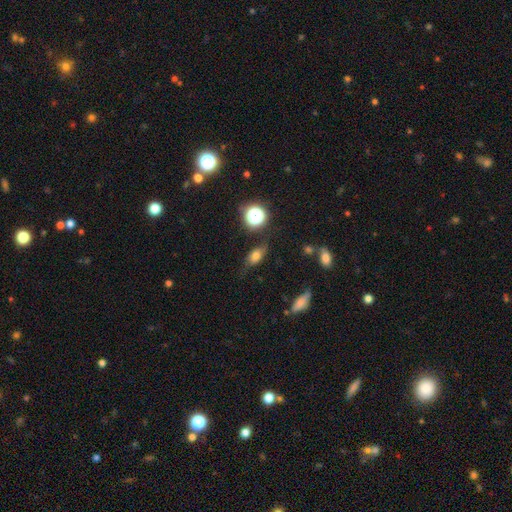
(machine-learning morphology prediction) smooth_or_featured: smooth (p=0.66) [alt: featured or disk p=0.20]
how_rounded: in between (p=0.76) [alt: round p=0.15]
merging: none (p=0.68) [alt: minor disturbance p=0.22]